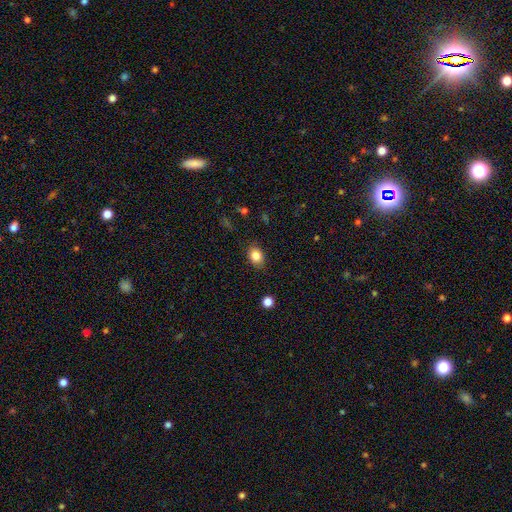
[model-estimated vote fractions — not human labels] A smooth galaxy with no disk features (84%) that is in between round and cigar-shaped (65%).

Vote fractions:
- Smooth or featured? smooth: 84% / star or artifact: 10% / featured or disk: 7%
- How rounded? in between: 65% / round: 34% / cigar-shaped: 1%
- Merging? none: 84% / minor disturbance: 12% / major disturbance: 3% / merger: 1%